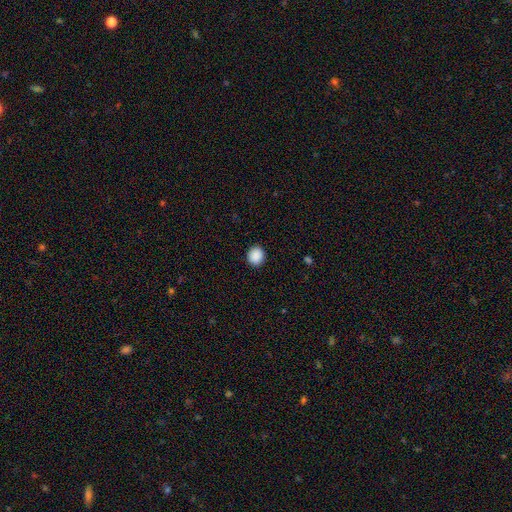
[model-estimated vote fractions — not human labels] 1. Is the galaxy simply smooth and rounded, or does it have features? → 90% smooth, 8% star or artifact, 2% featured or disk.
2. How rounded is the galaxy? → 81% round, 18% in between, 1% cigar-shaped.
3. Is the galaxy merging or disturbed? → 92% none, 6% minor disturbance, 2% major disturbance, 1% merger.